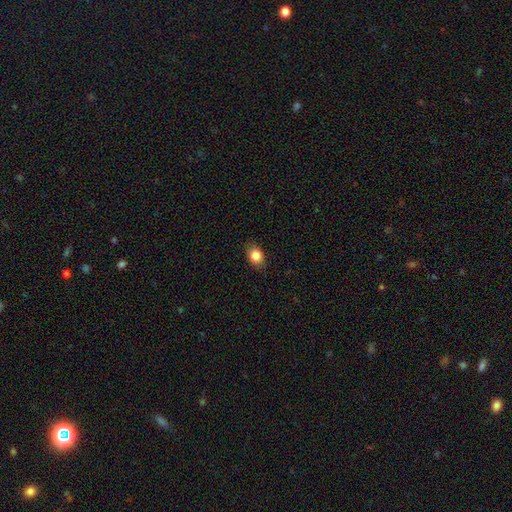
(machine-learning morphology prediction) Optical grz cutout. It shows a smooth galaxy with no disk features (85%) that is in between round and cigar-shaped (61%). Merging: none (84%).